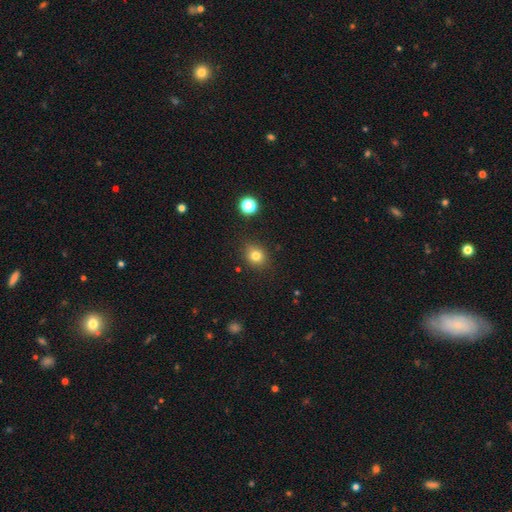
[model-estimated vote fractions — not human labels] Q: Smooth or featured?
A: smooth (79%); runner-up: star or artifact (13%)
Q: How rounded?
A: round (72%); runner-up: in between (27%)
Q: Merging?
A: none (85%); runner-up: minor disturbance (10%)